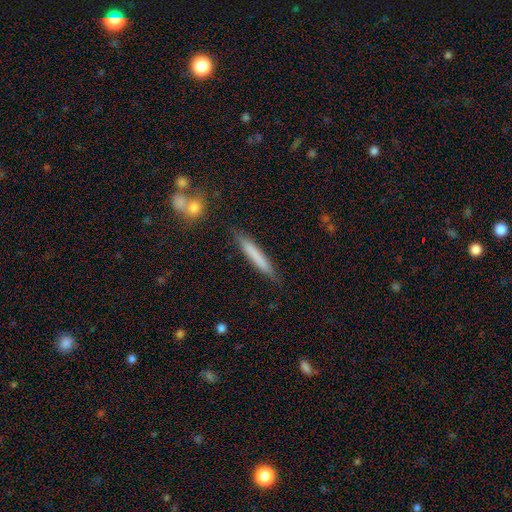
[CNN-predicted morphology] This appears to be a smooth galaxy with no disk features (73%) that is cigar-shaped (94%). Merging: none (85%).